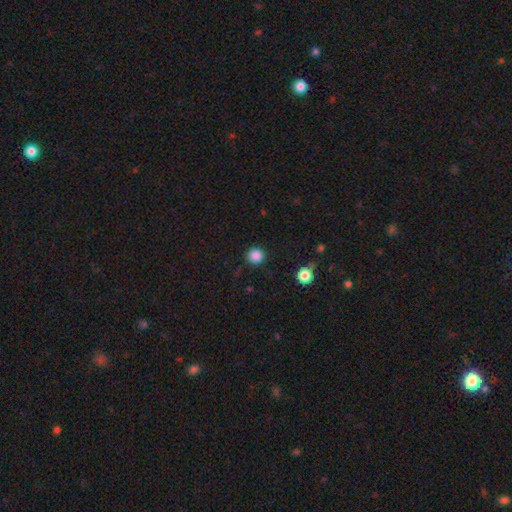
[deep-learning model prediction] Smooth or featured? smooth (86%)
How rounded? round (95%)
Merging? none (89%)